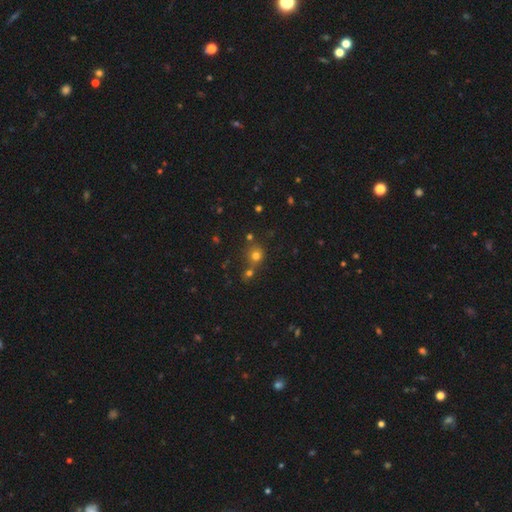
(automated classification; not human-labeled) A smooth galaxy with no disk features (71%) that is round (86%). Merging: none (57%).